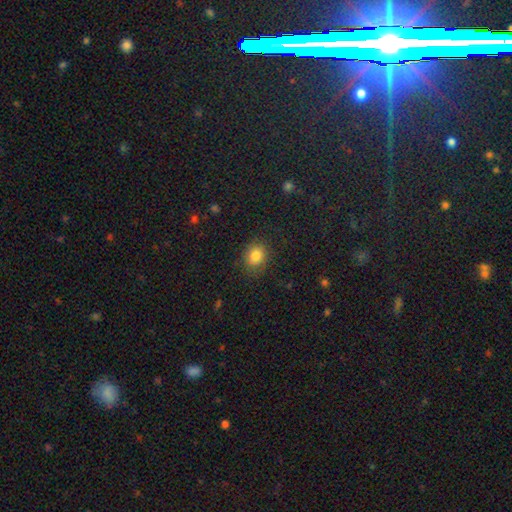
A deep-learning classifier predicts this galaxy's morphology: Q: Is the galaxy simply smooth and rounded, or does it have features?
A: smooth — 83%.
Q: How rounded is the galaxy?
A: round — 56%.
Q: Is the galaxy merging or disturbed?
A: none — 81%.